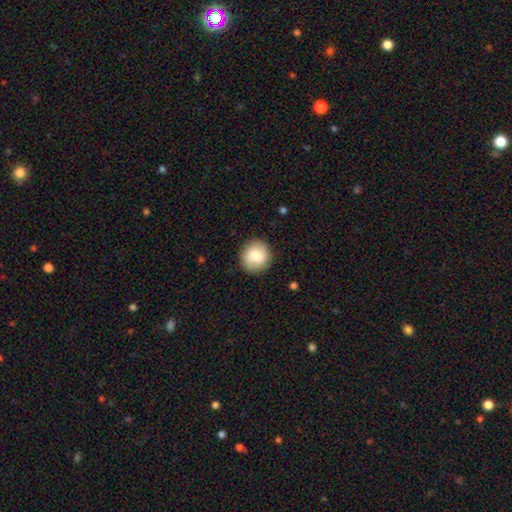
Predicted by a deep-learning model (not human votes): smooth-or-featured: smooth: 78% | featured or disk: 14% | star or artifact: 7%
  how-rounded: round: 87% | in between: 12% | cigar-shaped: 1%
  merging: none: 88% | minor disturbance: 8% | major disturbance: 2% | merger: 1%